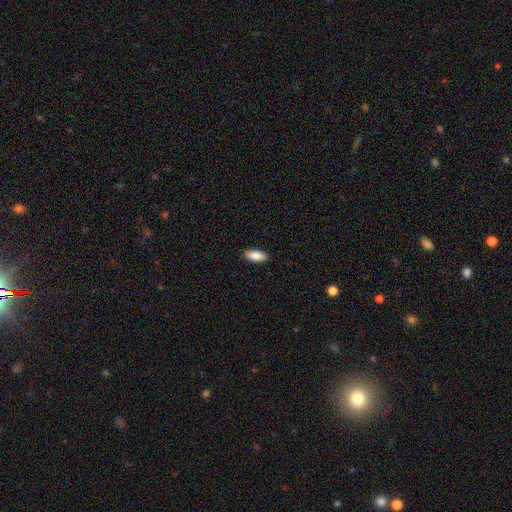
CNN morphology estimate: This appears to be a smooth galaxy with no disk features (87%) that is in between round and cigar-shaped (83%). Merging: none (89%).